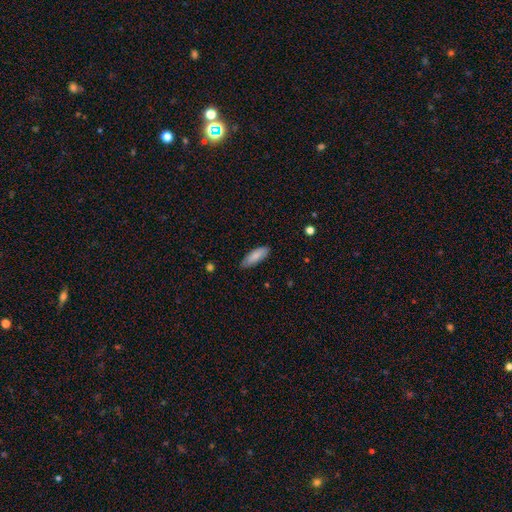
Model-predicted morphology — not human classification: smooth 85%, featured or disk 9%, star or artifact 5%. Down the decision tree: how rounded — in between (64%); merging — none (84%).